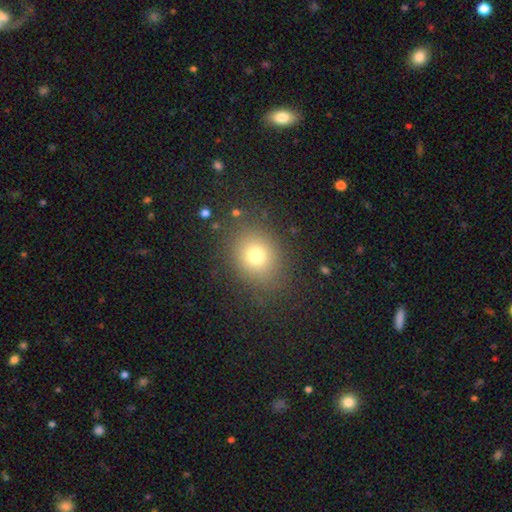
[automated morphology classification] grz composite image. It shows a smooth galaxy with no disk features (74%) that is round (61%). Merging: none (83%).